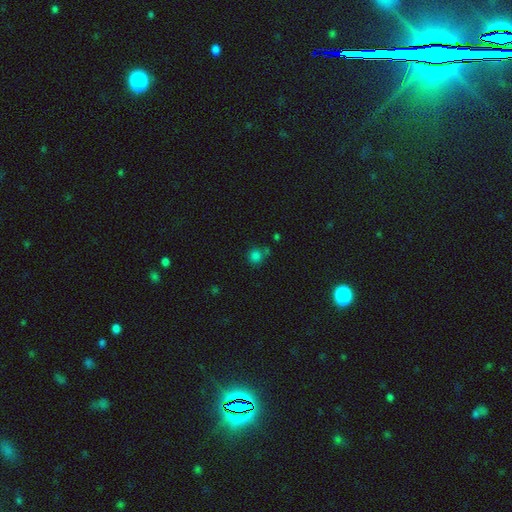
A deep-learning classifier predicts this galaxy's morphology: This is likely a smooth galaxy (79%). How rounded: clearly round (89%). Merging: likely none (68%).